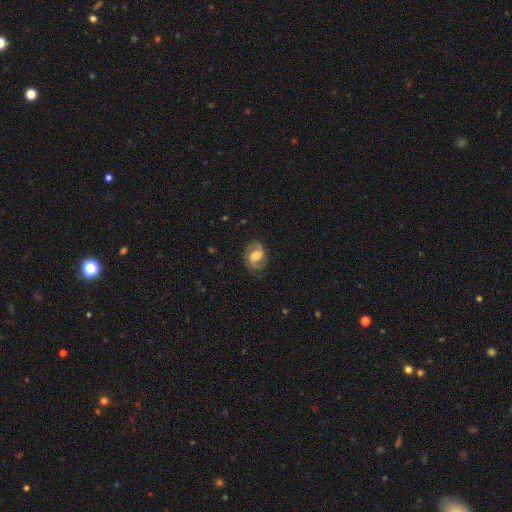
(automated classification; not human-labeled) A featured or disk galaxy (76%) with a weak bar (51%), 2 (89%) medium (50%) spiral arms (94%) and a moderate central bulge (49%).

Vote fractions:
- Smooth or featured? featured or disk: 76% / smooth: 18% / star or artifact: 7%
- Edge-on disk? no: 97% / yes: 3%
- Bar? weak: 51% / no: 30% / strong: 20%
- Spiral arms? yes: 94% / no: 6%
- Spiral winding? medium: 50% / tight: 26% / loose: 24%
- Spiral arm count? 2: 89% / can't tell: 5% / 1: 3% / 3: 1% / 4: 1% / more than 4: 1%
- Bulge size? moderate: 49% / small: 22% / large: 19% / none: 7% / dominant: 2%
- Merging? none: 80% / minor disturbance: 14% / major disturbance: 5% / merger: 1%